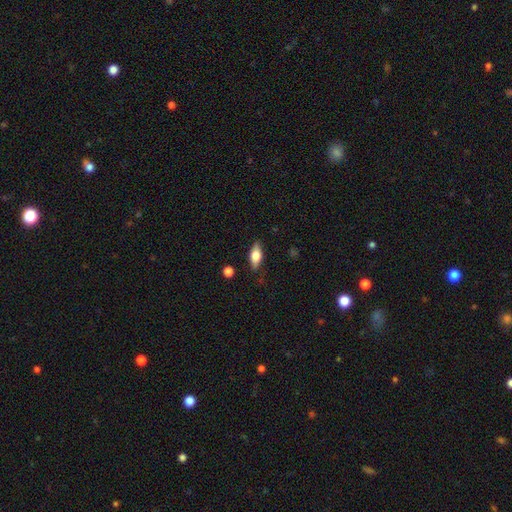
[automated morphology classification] A smooth galaxy with no disk features (65%) that is in between round and cigar-shaped (78%). Merging: none (84%).